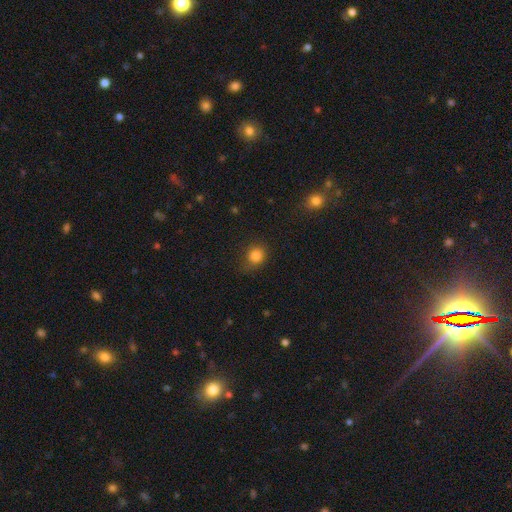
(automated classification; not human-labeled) A smooth galaxy with no disk features (83%) that is round (76%).

Vote fractions:
- Smooth or featured? smooth: 83% / star or artifact: 12% / featured or disk: 5%
- How rounded? round: 76% / in between: 22% / cigar-shaped: 1%
- Merging? none: 67% / minor disturbance: 23% / major disturbance: 8% / merger: 2%